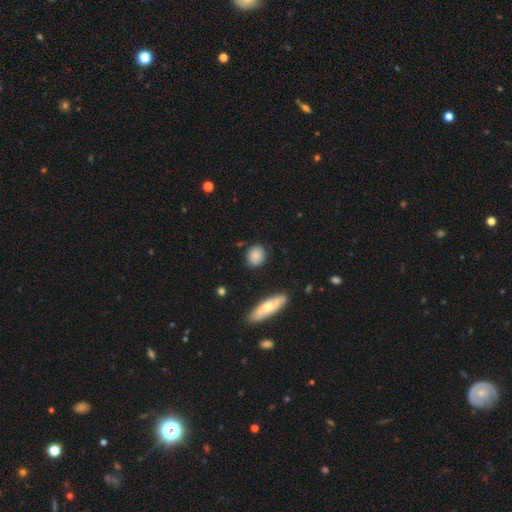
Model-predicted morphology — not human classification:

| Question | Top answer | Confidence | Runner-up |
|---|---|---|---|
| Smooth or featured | smooth | 84% | featured or disk (8%) |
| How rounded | round | 70% | in between (27%) |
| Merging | none | 83% | minor disturbance (12%) |